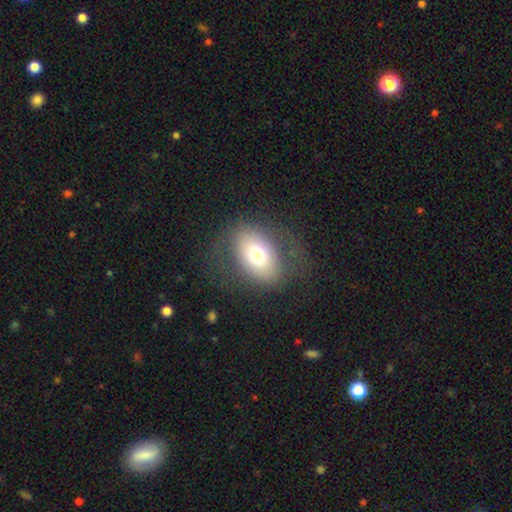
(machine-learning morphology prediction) type=smooth (53%); roundness=in between (72%); merging=none (78%).